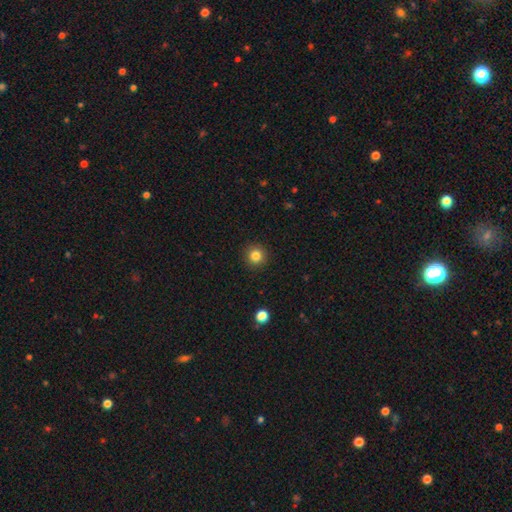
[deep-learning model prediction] Morphology: type=smooth (83%); roundness=round (95%); merging=none (92%).